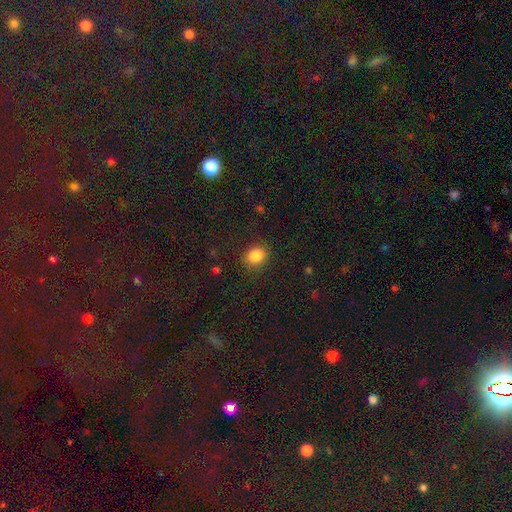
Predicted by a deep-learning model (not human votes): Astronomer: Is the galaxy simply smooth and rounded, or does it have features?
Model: smooth — 85%.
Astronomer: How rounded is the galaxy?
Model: round — 60% (runner-up: in between, 39%).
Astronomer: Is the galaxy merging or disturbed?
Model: none — 86%.